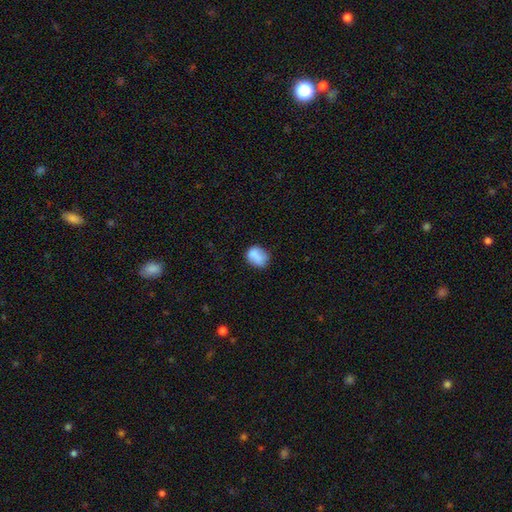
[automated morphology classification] This is likely a smooth galaxy (76%). How rounded: possibly in between (50%). Merging: possibly none (51%).